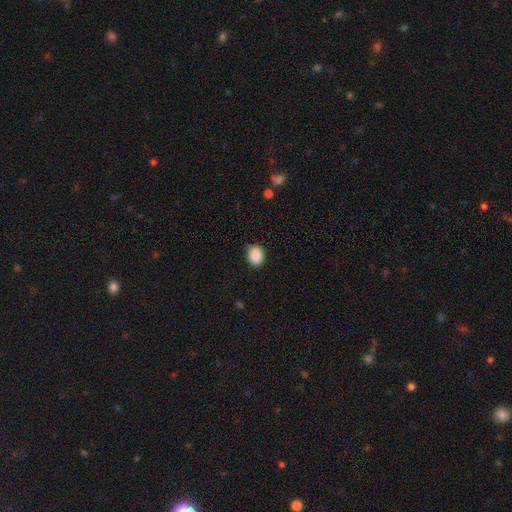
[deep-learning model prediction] Overall: smooth (89%). How rounded: in between (54%; round 45%). Merging: none (80%).